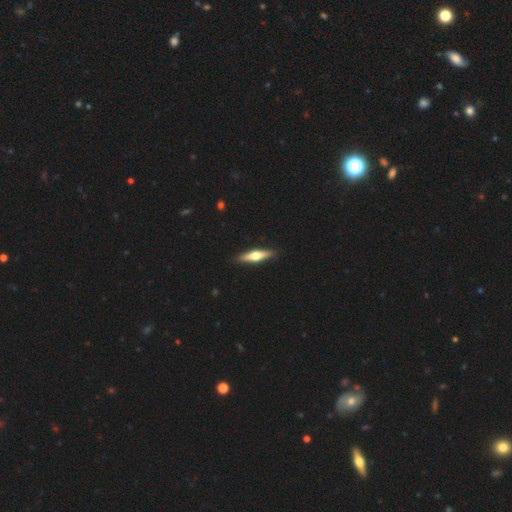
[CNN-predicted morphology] Smooth or featured: featured or disk — 56% (smooth — 39%)
Edge-on disk: yes — 95% (no — 5%)
Edge-on bulge: rounded — 93% (boxy — 4%)
Merging: none — 91% (minor disturbance — 7%)